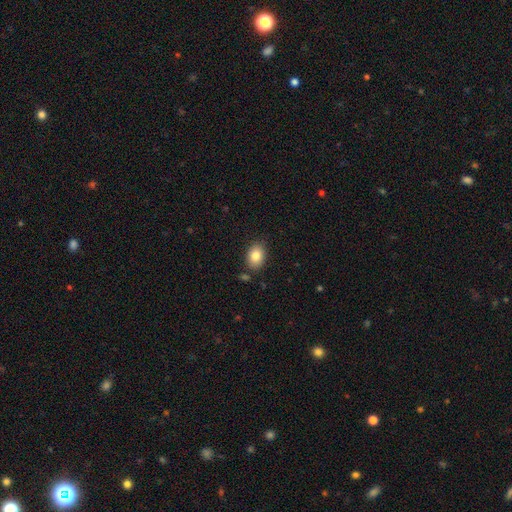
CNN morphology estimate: A smooth galaxy with no disk features (84%) that is in between round and cigar-shaped (76%).

Vote fractions:
- Smooth or featured? smooth: 84% / featured or disk: 8% / star or artifact: 8%
- How rounded? in between: 76% / round: 23% / cigar-shaped: 1%
- Merging? none: 82% / minor disturbance: 12% / merger: 3% / major disturbance: 3%